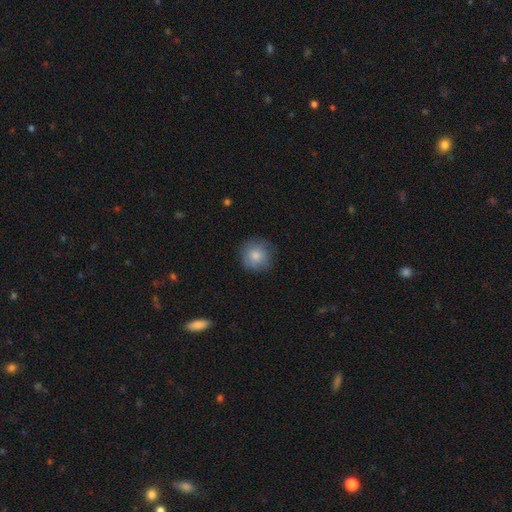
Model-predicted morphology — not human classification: smooth 82%, featured or disk 10%, star or artifact 8%. Down the decision tree: how rounded — round (93%); merging — none (81%).